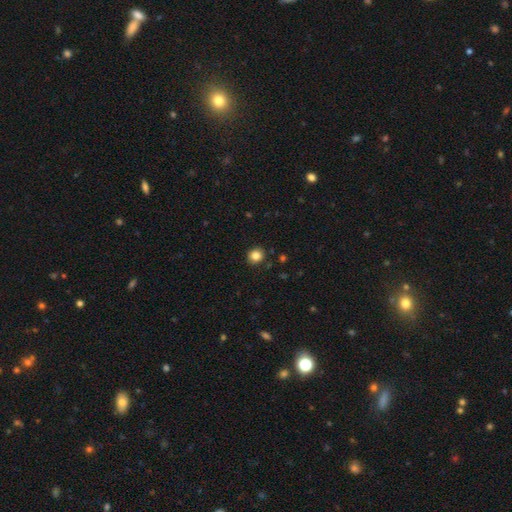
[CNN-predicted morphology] Q: Smooth or featured?
A: smooth (84%); runner-up: star or artifact (11%)
Q: How rounded?
A: round (85%); runner-up: in between (14%)
Q: Merging?
A: none (91%); runner-up: minor disturbance (6%)